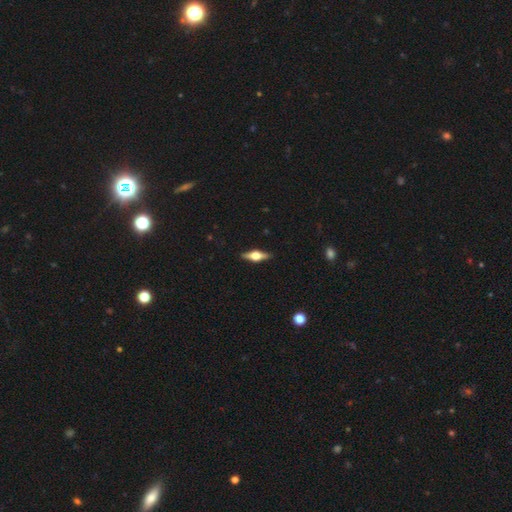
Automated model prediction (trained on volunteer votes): The model was most divided on "smooth or featured": featured or disk: 70%, smooth: 24%, star or artifact: 6%. More confident: edge-on disk — yes (96%); edge-on bulge — rounded (94%); merging — none (90%).